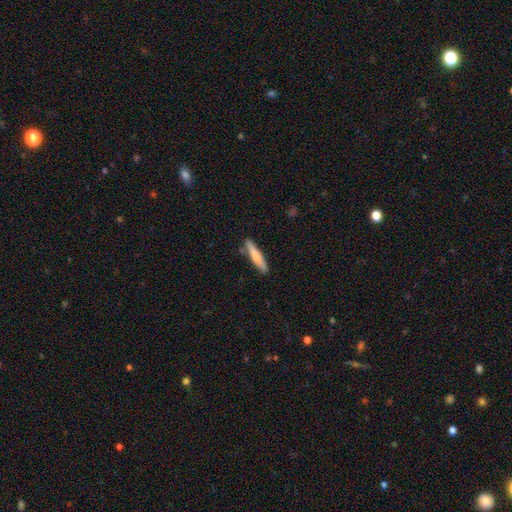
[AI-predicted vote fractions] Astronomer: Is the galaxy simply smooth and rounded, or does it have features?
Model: smooth — 72%.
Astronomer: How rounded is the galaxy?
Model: cigar-shaped — 90%.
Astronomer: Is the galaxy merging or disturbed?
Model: none — 81%.